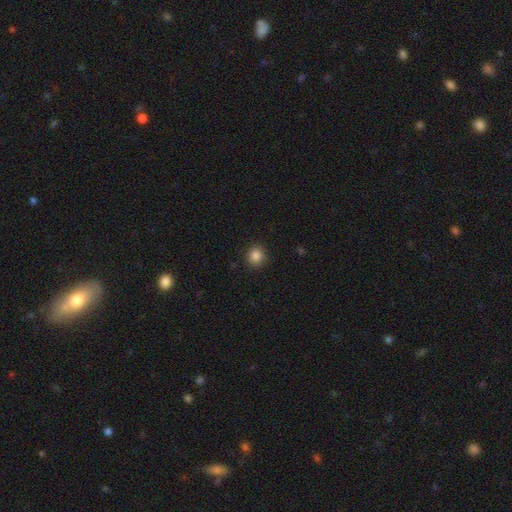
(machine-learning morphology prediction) Smooth or featured?
  - smooth: 85% *
  - star or artifact: 11%
  - featured or disk: 4%
How rounded?
  - round: 90% *
  - in between: 9%
  - cigar-shaped: 1%
Merging?
  - none: 90% *
  - minor disturbance: 7%
  - major disturbance: 2%
  - merger: 1%